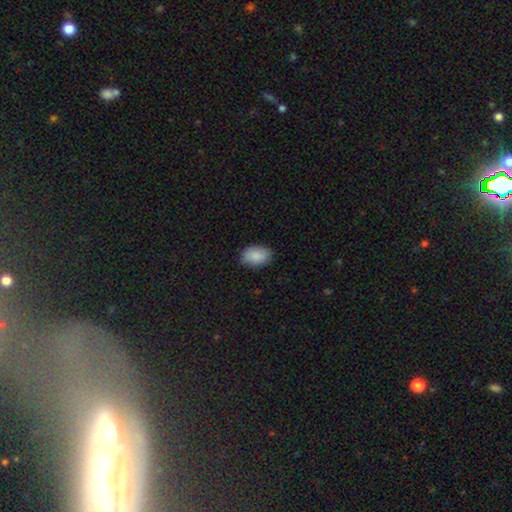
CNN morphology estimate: Smooth or featured: smooth — 89% (star or artifact — 6%)
How rounded: in between — 88% (round — 11%)
Merging: none — 83% (minor disturbance — 14%)